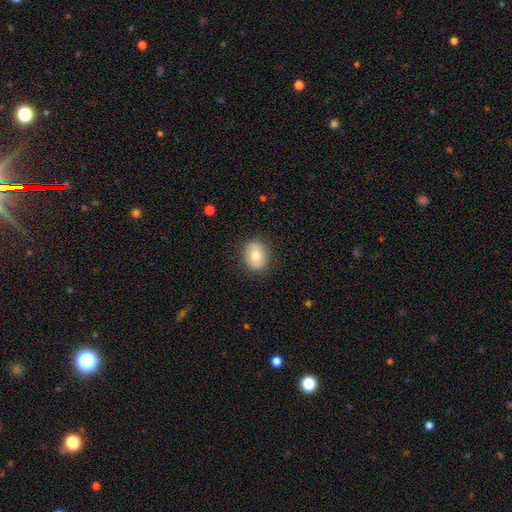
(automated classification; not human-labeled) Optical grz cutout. It shows a smooth galaxy with no disk features (75%) that is round (57%). Merging: none (86%).